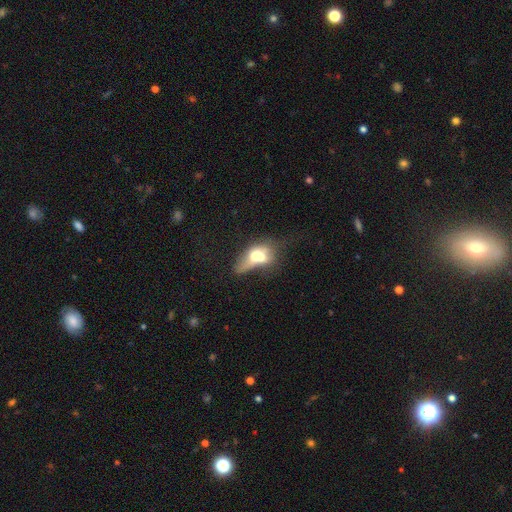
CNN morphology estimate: Smooth or featured?
  - smooth: 55% *
  - featured or disk: 36%
  - star or artifact: 10%
How rounded?
  - in between: 70% *
  - round: 23%
  - cigar-shaped: 8%
Merging?
  - merger: 63% *
  - major disturbance: 14%
  - none: 13%
  - minor disturbance: 10%